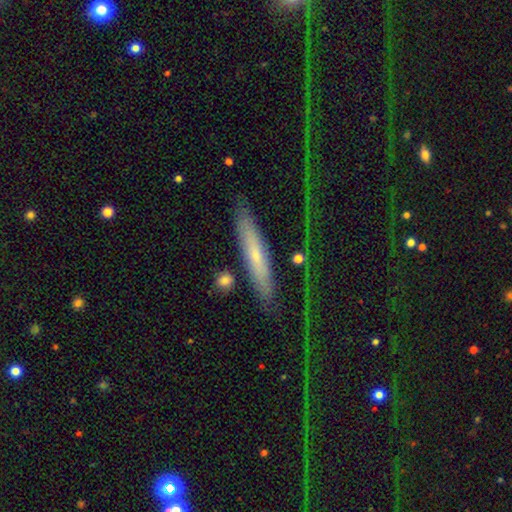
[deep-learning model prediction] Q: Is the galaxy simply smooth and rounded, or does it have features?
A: featured or disk — 52%.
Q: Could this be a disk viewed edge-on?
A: yes — 68%.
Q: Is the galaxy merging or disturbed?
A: none — 56%.